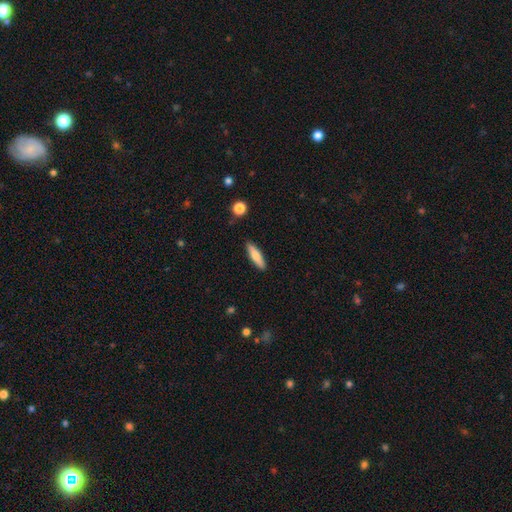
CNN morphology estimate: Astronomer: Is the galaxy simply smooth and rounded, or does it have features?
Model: smooth — 74%.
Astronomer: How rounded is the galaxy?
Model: cigar-shaped — 72%.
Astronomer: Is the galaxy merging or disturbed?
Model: none — 89%.